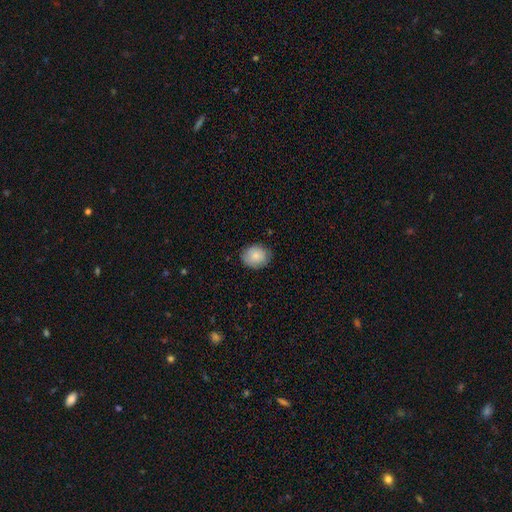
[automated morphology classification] The model was most divided on "how rounded": round: 60%, in between: 40%, cigar-shaped: 1%. More confident: smooth or featured — smooth (83%); merging — none (79%).